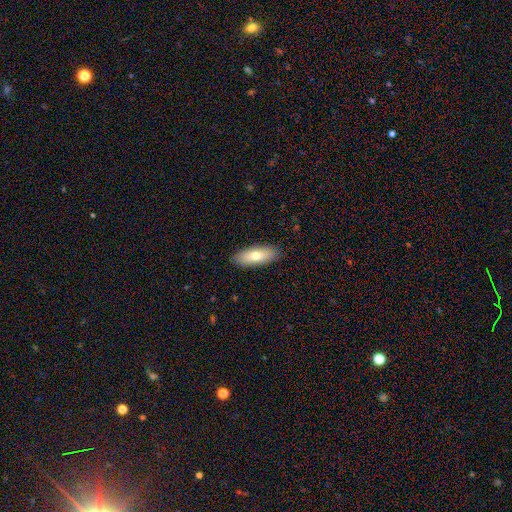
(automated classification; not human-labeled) Q: Smooth or featured?
A: smooth (72%); runner-up: featured or disk (22%)
Q: How rounded?
A: in between (71%); runner-up: cigar-shaped (26%)
Q: Merging?
A: none (89%); runner-up: minor disturbance (8%)